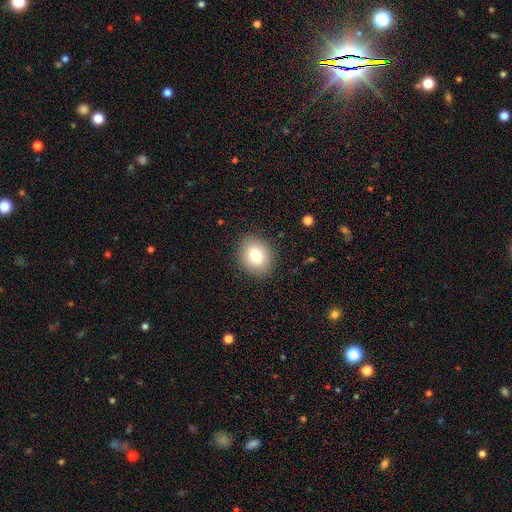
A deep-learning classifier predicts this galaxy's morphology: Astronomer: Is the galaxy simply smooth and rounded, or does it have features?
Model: smooth — 79%.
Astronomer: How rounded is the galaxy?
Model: in between — 50% (runner-up: round, 49%).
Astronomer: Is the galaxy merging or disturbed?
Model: none — 88%.